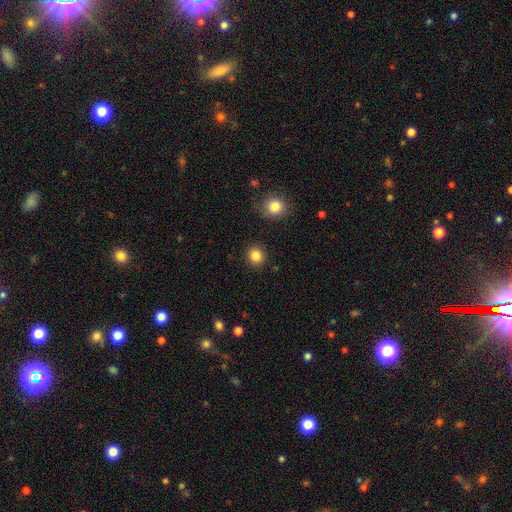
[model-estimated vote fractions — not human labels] Morphology: type=smooth (85%); roundness=round (87%); merging=none (90%).